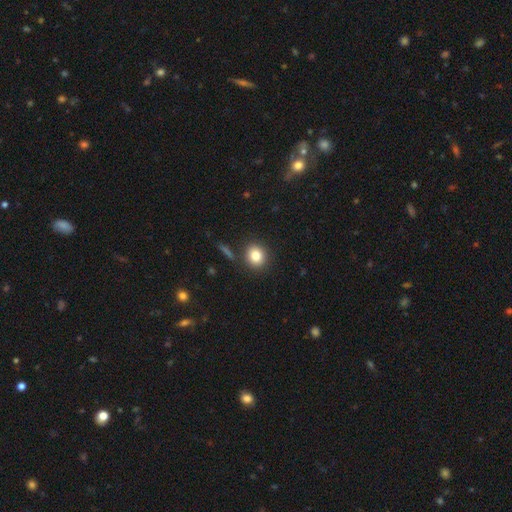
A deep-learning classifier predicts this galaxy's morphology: This appears to be a smooth galaxy with no disk features (82%) that is round (78%). Merging: none (87%).